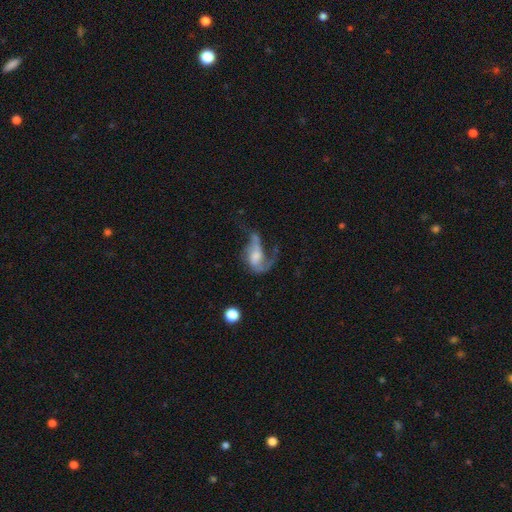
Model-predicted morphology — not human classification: A featured or disk galaxy (66%) with no bar (54%), spiral arms (78%) and a moderate central bulge (36%). Merging: major disturbance (53%).